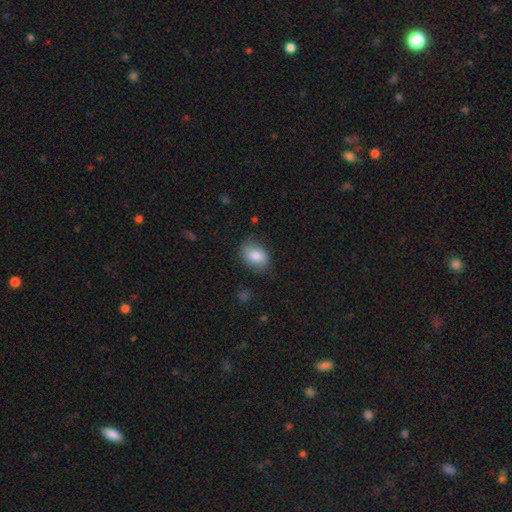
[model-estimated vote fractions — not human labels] smooth-or-featured: smooth: 78% | featured or disk: 15% | star or artifact: 7%
  how-rounded: in between: 81% | round: 18% | cigar-shaped: 1%
  merging: none: 73% | minor disturbance: 20% | major disturbance: 5% | merger: 1%